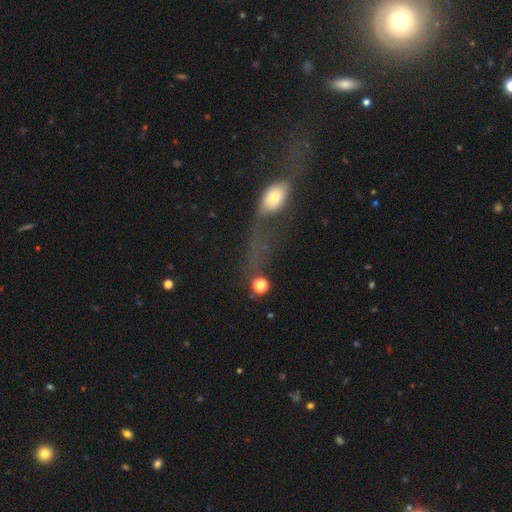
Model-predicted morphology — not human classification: A featured or disk galaxy (49%).

Vote fractions:
- Smooth or featured? featured or disk: 49% / smooth: 33% / star or artifact: 18%
- Merging? major disturbance: 44% / none: 29% / minor disturbance: 14% / merger: 13%